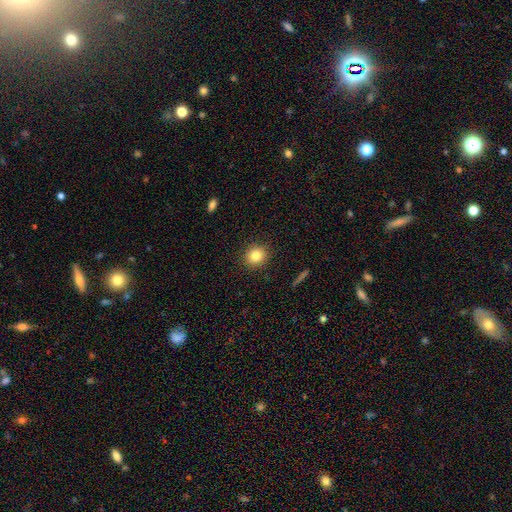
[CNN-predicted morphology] Q: Smooth or featured?
A: smooth (82%); runner-up: star or artifact (10%)
Q: How rounded?
A: round (83%); runner-up: in between (16%)
Q: Merging?
A: none (90%); runner-up: minor disturbance (7%)